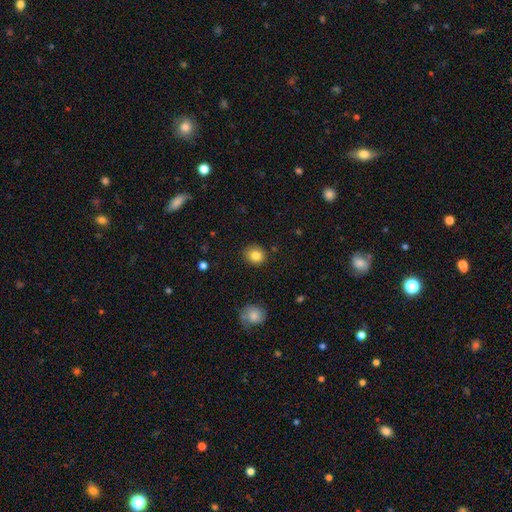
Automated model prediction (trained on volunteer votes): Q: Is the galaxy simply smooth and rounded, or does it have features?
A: smooth — 84%.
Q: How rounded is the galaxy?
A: round — 78%.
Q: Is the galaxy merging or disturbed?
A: none — 86%.